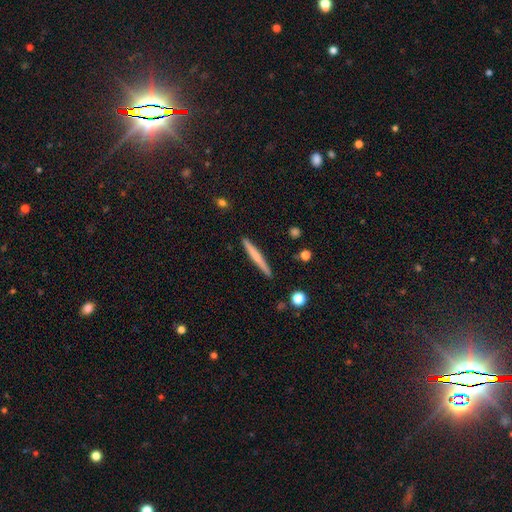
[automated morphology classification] This is possibly a smooth galaxy (54%). How rounded: clearly cigar-shaped (96%). Merging: clearly none (91%).